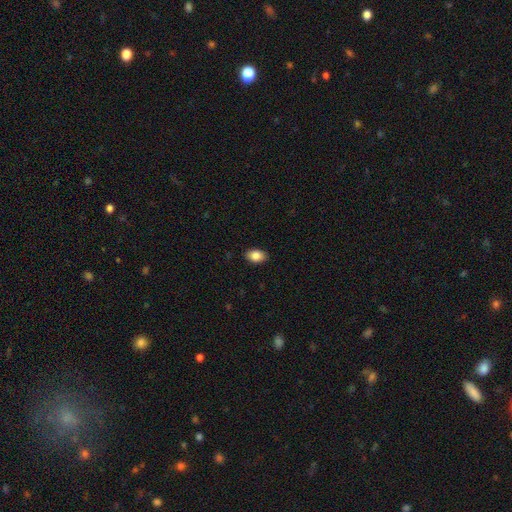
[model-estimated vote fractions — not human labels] smooth-or-featured: smooth: 87% | star or artifact: 8% | featured or disk: 6%
  how-rounded: in between: 87% | round: 12% | cigar-shaped: 1%
  merging: none: 88% | minor disturbance: 9% | major disturbance: 2% | merger: 1%